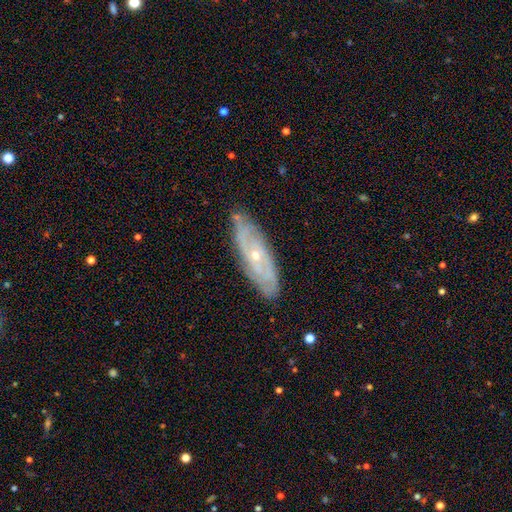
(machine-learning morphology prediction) Smooth or featured? featured or disk (80%)
Edge-on disk? no (83%)
Bar? no (69%)
Spiral arms? yes (90%)
Spiral winding? tight (64%)
Spiral arm count? can't tell (43%)
Bulge size? small (73%)
Merging? none (81%)